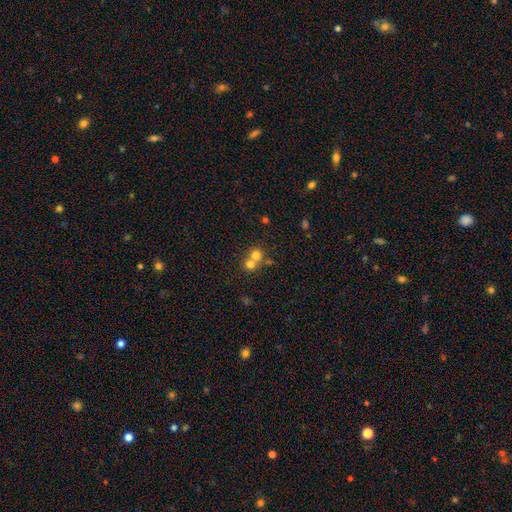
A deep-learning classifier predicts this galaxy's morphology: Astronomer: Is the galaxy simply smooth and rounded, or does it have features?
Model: smooth — 72%.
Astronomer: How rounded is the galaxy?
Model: round — 86%.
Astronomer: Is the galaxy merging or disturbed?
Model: merger — 57% (runner-up: none, 37%).